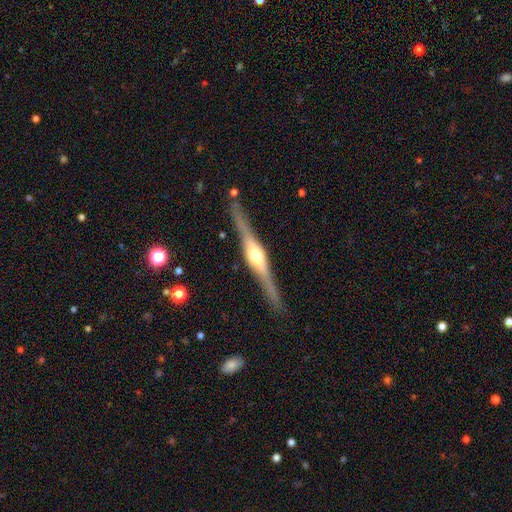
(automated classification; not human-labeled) Q: Smooth or featured?
A: featured or disk (81%); runner-up: smooth (14%)
Q: Edge-on disk?
A: yes (98%); runner-up: no (2%)
Q: Edge-on bulge?
A: rounded (91%); runner-up: boxy (7%)
Q: Merging?
A: none (86%); runner-up: minor disturbance (10%)